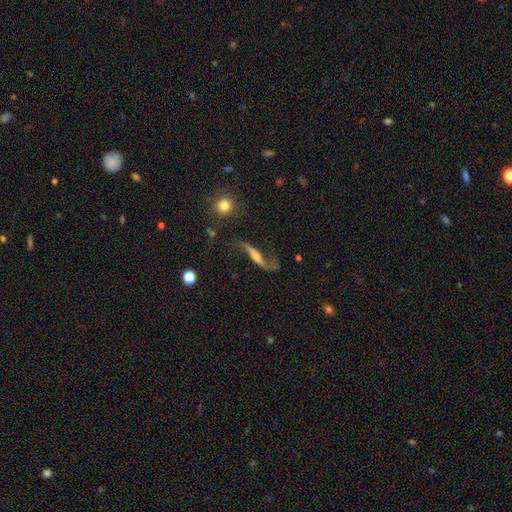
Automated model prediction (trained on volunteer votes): This is clearly a featured or disk galaxy (82%). It is likely not viewed edge-on (78%). Bar: marginally strong (35%). Spiral arm pattern: clearly yes (94%). Spiral arm count: clearly 2 (90%). Spiral winding: clearly loose (91%). Central bulge: marginally moderate (35%, tied with small). Merging: likely none (63%).